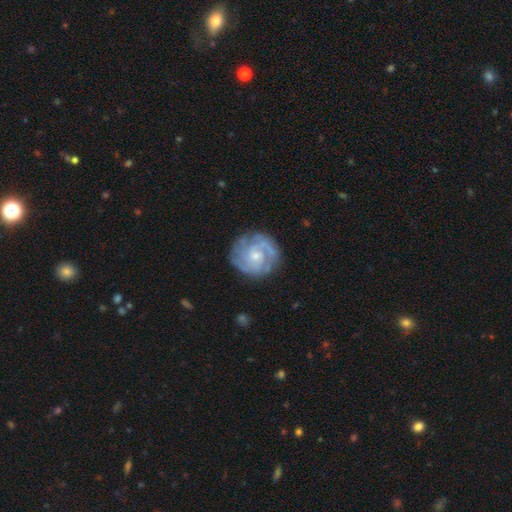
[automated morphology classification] The model was most divided on "spiral arm count": 2: 41%, 3: 25%, can't tell: 19%, 4: 6%, 1: 5%, more than 4: 4%. More confident: edge-on disk — no (98%); spiral arms — yes (96%); smooth or featured — featured or disk (85%); merging — none (79%); bar — no (63%); bulge size — small (60%); spiral winding — tight (58%).